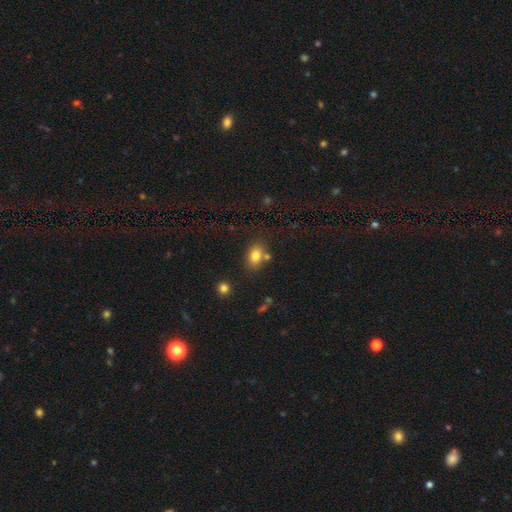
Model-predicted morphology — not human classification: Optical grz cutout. It shows a smooth galaxy with no disk features (81%) that is in between round and cigar-shaped (77%). Merging: none (67%).